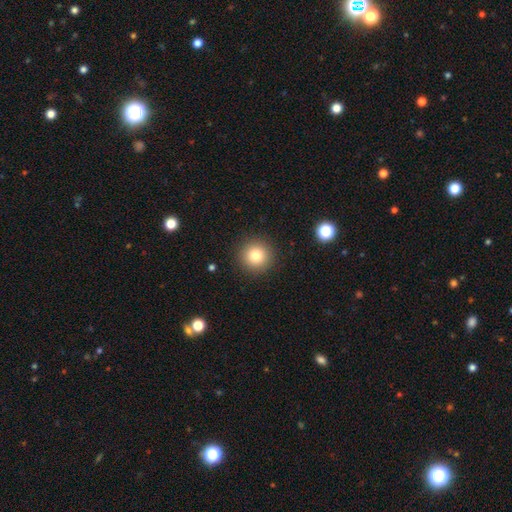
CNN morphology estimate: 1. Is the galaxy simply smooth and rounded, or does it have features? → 81% smooth, 11% star or artifact, 8% featured or disk.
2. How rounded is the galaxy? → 95% round, 4% in between, 1% cigar-shaped.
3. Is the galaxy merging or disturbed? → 91% none, 6% minor disturbance, 2% major disturbance, 1% merger.